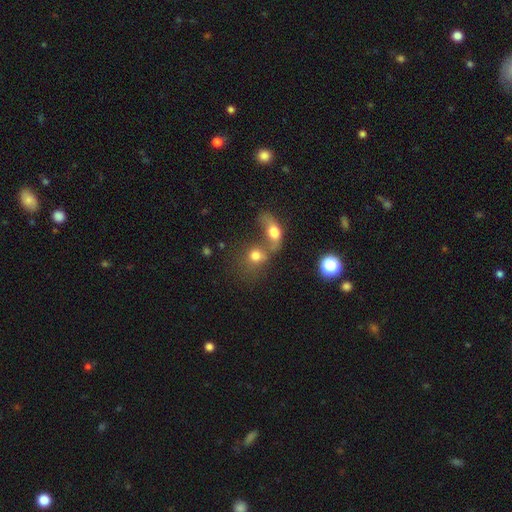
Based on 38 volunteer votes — smooth-or-featured: smooth: 76% | featured or disk: 21% | star or artifact: 3%
  how-rounded: in between: 55% | round: 45% | cigar-shaped: 0%
  merging: merger: 65% | major disturbance: 14% | none: 11% | minor disturbance: 11%